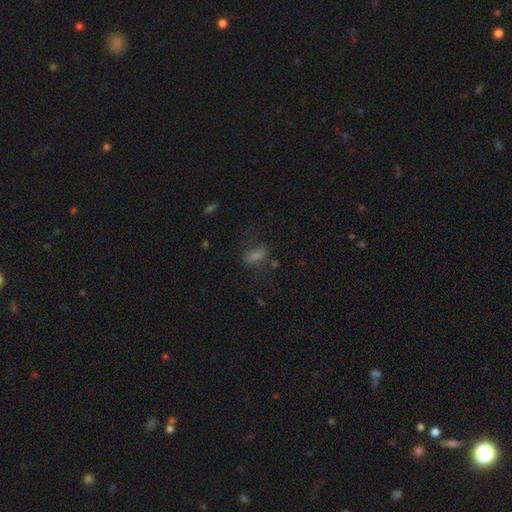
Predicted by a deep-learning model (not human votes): A smooth galaxy with no disk features (57%) that is in between round and cigar-shaped (69%).

Vote fractions:
- Smooth or featured? smooth: 57% / star or artifact: 27% / featured or disk: 16%
- How rounded? in between: 69% / cigar-shaped: 17% / round: 13%
- Merging? none: 68% / minor disturbance: 17% / major disturbance: 12% / merger: 3%